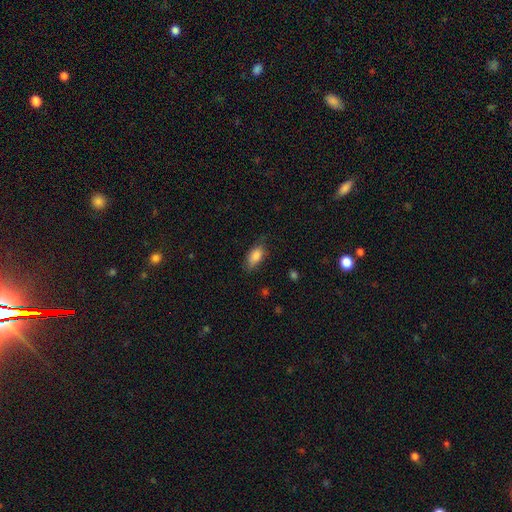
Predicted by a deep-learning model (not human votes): Smooth or featured: smooth — 84% (featured or disk — 9%)
How rounded: in between — 87% (cigar-shaped — 9%)
Merging: none — 70% (minor disturbance — 23%)